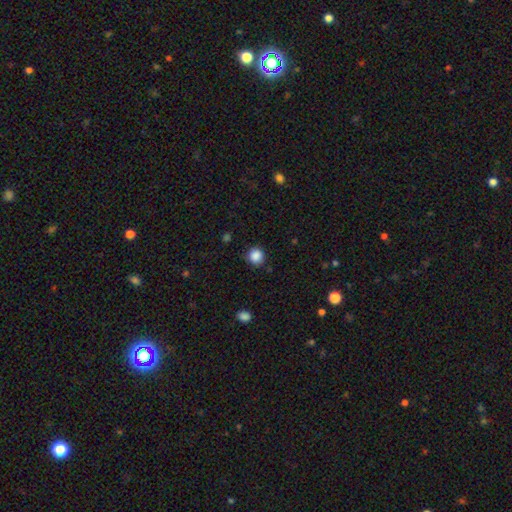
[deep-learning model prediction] The model was most divided on "merging": none: 83%, minor disturbance: 12%, major disturbance: 3%, merger: 2%. More confident: how rounded — round (90%); smooth or featured — smooth (87%).